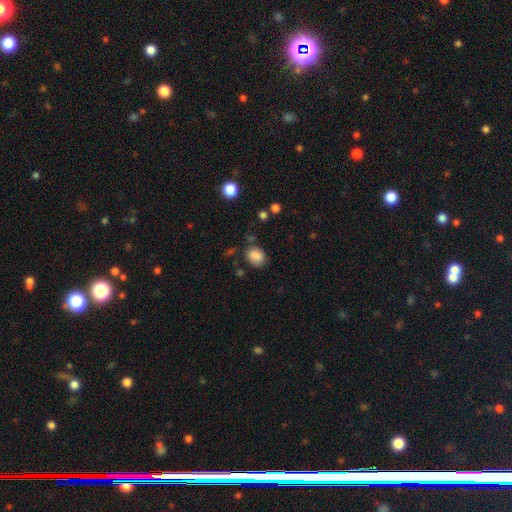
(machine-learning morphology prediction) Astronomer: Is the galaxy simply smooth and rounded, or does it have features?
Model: smooth — 85%.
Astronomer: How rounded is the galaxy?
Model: in between — 57% (runner-up: round, 42%).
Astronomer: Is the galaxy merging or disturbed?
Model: none — 75%.